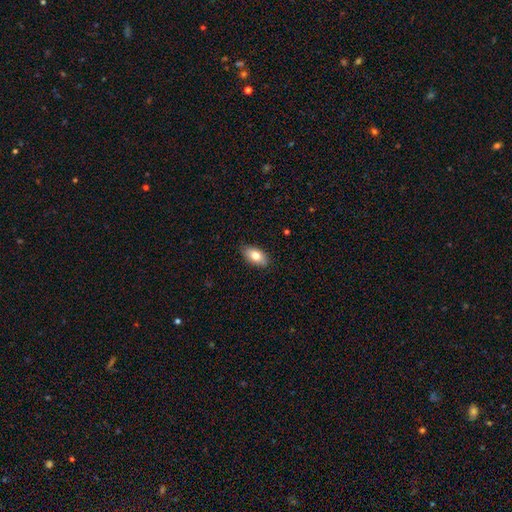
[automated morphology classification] smooth 77%, featured or disk 16%, star or artifact 7%. Down the decision tree: how rounded — in between (91%); merging — none (86%).